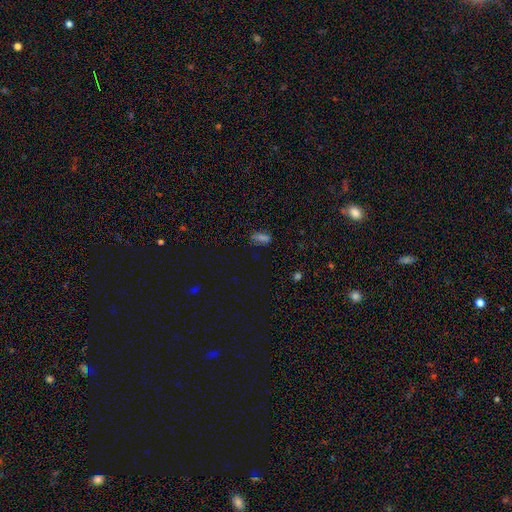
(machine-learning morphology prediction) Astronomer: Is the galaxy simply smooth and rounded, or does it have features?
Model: smooth — 64%.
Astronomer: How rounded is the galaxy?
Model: in between — 67%.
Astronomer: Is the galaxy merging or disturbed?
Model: none — 68%.